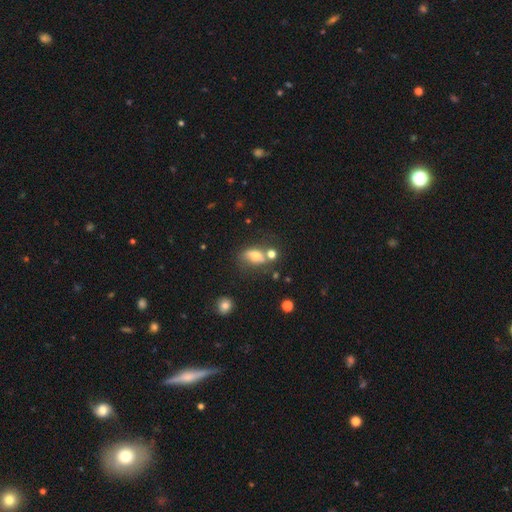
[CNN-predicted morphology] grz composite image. It shows a smooth galaxy with no disk features (65%) that is in between round and cigar-shaped (79%). Merging: none (47%).